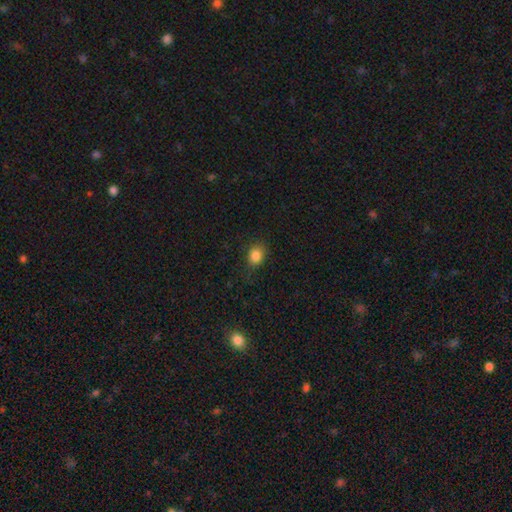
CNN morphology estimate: type=smooth (84%); roundness=round (54%); merging=none (80%).